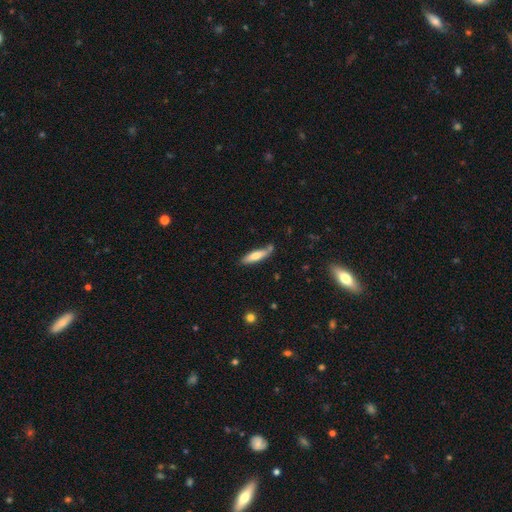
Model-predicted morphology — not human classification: A smooth galaxy with no disk features (64%) that is cigar-shaped (75%).

Vote fractions:
- Smooth or featured? smooth: 64% / featured or disk: 30% / star or artifact: 6%
- How rounded? cigar-shaped: 75% / in between: 24% / round: 2%
- Merging? none: 72% / minor disturbance: 18% / merger: 6% / major disturbance: 4%